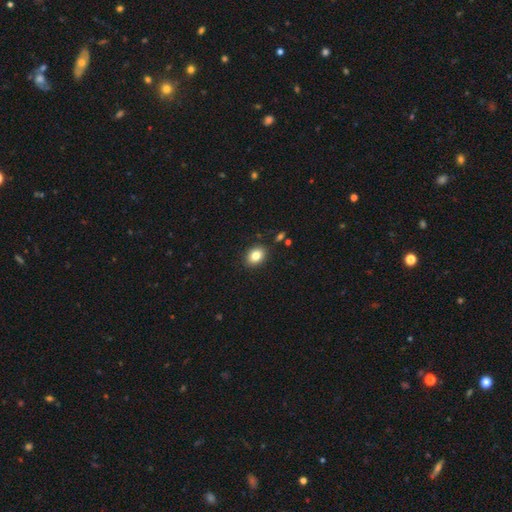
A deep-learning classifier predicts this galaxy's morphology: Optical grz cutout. It shows a smooth galaxy with no disk features (83%) that is in between round and cigar-shaped (66%). Merging: none (88%).